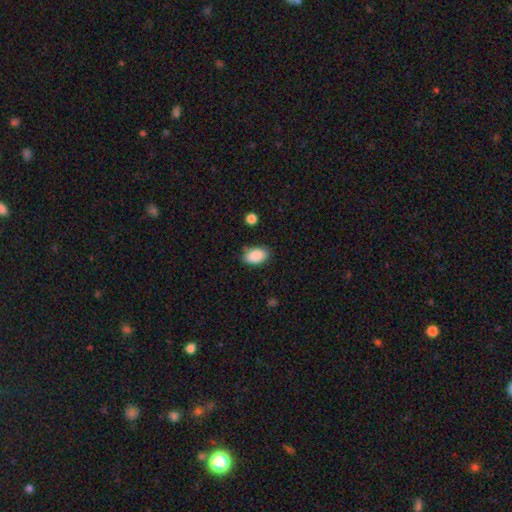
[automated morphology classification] Smooth or featured? smooth (89%)
How rounded? in between (90%)
Merging? none (81%)